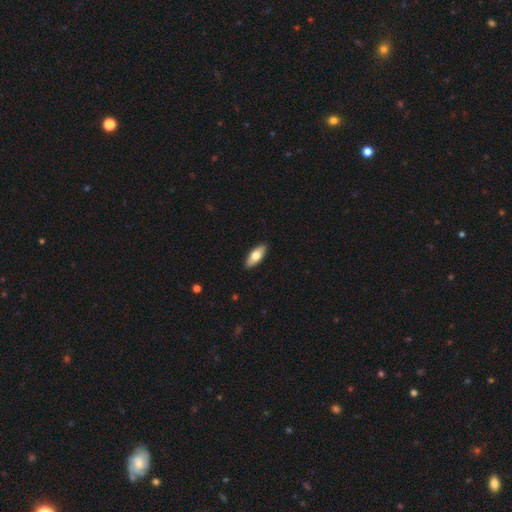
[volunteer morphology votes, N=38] This is possibly a smooth galaxy (50%). How rounded: likely in between (68%). Merging: clearly none (94%).